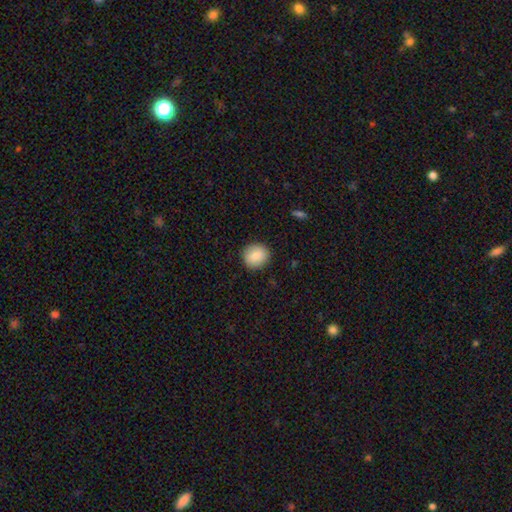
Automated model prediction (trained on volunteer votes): A smooth galaxy with no disk features (87%) that is round (84%).

Vote fractions:
- Smooth or featured? smooth: 87% / star or artifact: 7% / featured or disk: 6%
- How rounded? round: 84% / in between: 15% / cigar-shaped: 1%
- Merging? none: 90% / minor disturbance: 7% / major disturbance: 2% / merger: 1%